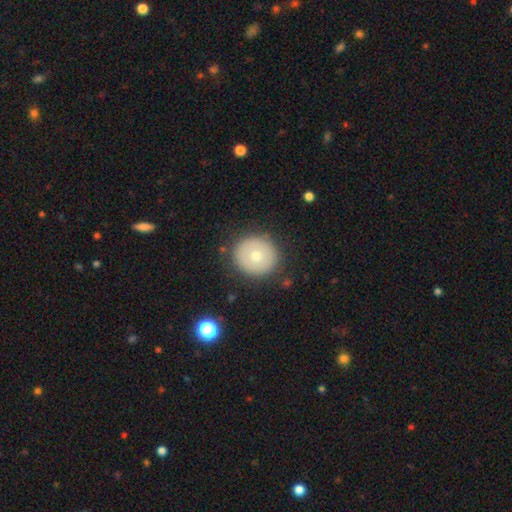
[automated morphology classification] Smooth or featured? Predicted: smooth (p=0.68). How rounded? Predicted: round (p=0.91). Merging? Predicted: none (p=0.87).